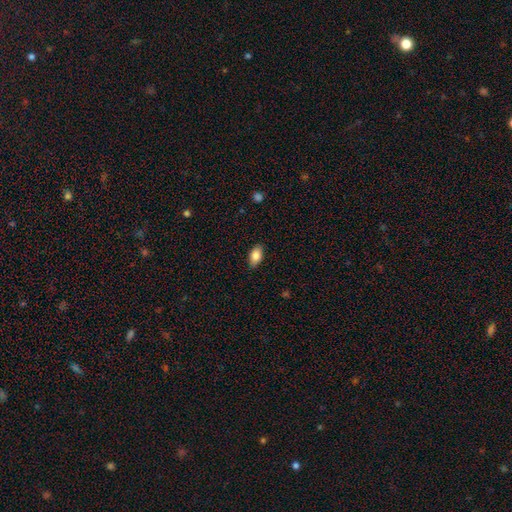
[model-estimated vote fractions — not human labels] smooth-or-featured: smooth: 83% | featured or disk: 10% | star or artifact: 7%
  how-rounded: in between: 91% | round: 5% | cigar-shaped: 4%
  merging: none: 86% | minor disturbance: 10% | major disturbance: 2% | merger: 1%